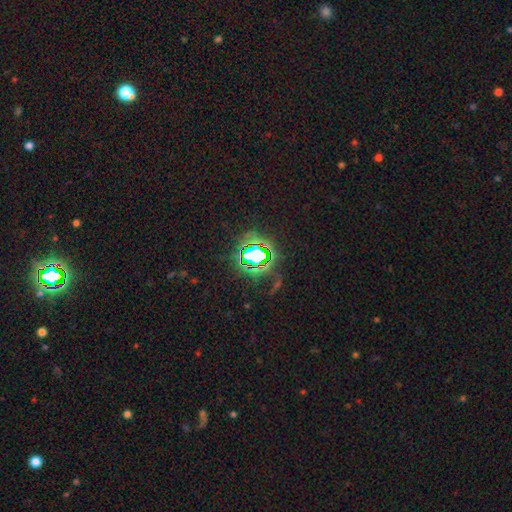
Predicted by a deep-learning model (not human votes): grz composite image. It shows a star or artifact, not a galaxy (75%).